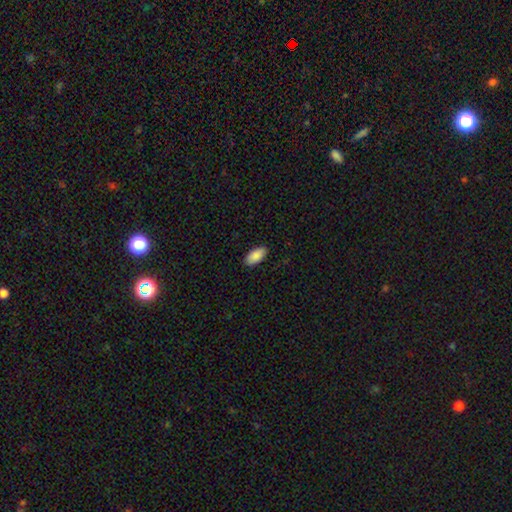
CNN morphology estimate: Q: Smooth or featured?
A: smooth (89%); runner-up: star or artifact (6%)
Q: How rounded?
A: in between (93%); runner-up: cigar-shaped (5%)
Q: Merging?
A: none (89%); runner-up: minor disturbance (8%)